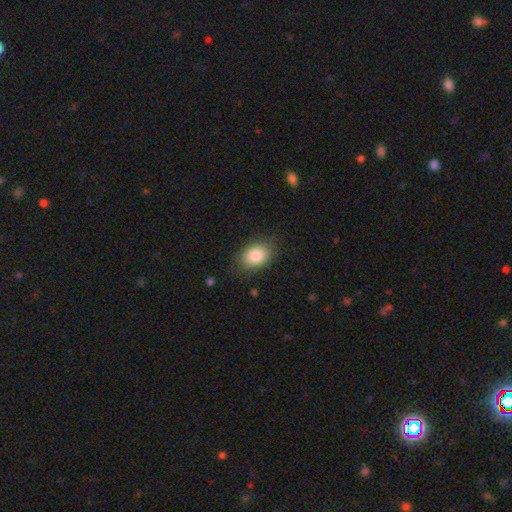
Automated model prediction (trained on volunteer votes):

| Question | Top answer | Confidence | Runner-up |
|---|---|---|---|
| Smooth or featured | smooth | 84% | featured or disk (9%) |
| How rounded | in between | 78% | round (21%) |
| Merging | none | 80% | minor disturbance (15%) |